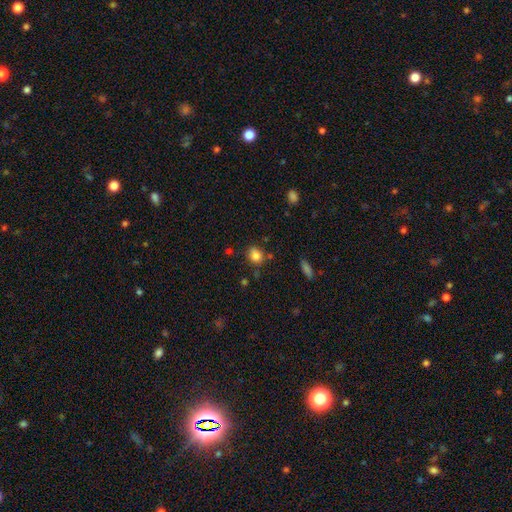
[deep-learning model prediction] A smooth galaxy with no disk features (82%) that is round (61%).

Vote fractions:
- Smooth or featured? smooth: 82% / star or artifact: 11% / featured or disk: 7%
- How rounded? round: 61% / in between: 38% / cigar-shaped: 1%
- Merging? none: 70% / minor disturbance: 19% / merger: 7% / major disturbance: 4%